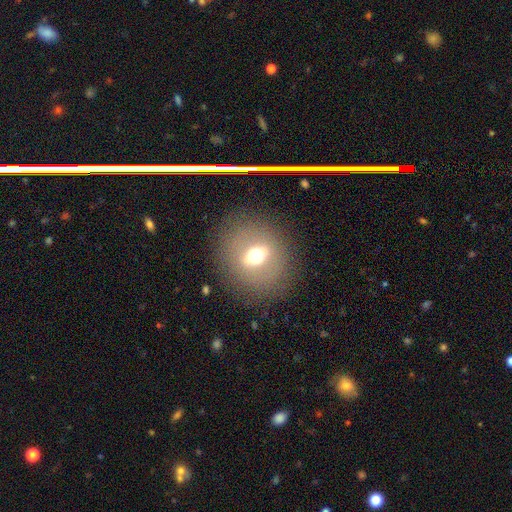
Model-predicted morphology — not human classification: Smooth or featured? Predicted: smooth (p=0.44). Merging? Predicted: none (p=0.84).